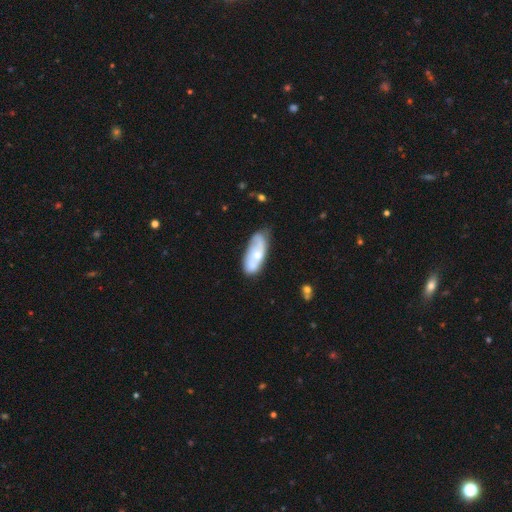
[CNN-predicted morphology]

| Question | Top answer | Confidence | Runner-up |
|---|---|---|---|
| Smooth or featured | smooth | 49% | featured or disk (45%) |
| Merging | none | 49% | minor disturbance (26%) |